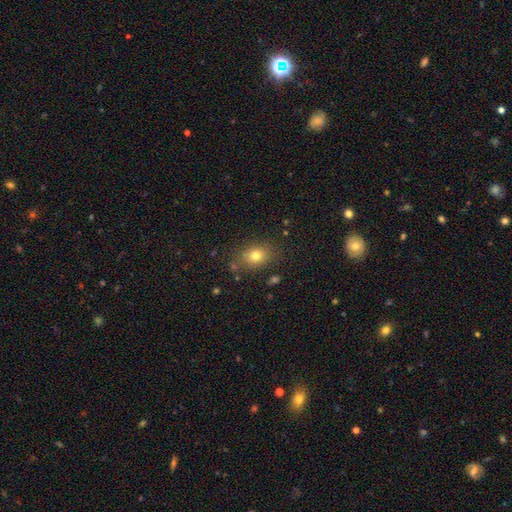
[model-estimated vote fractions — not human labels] A smooth galaxy with no disk features (77%) that is in between round and cigar-shaped (57%).

Vote fractions:
- Smooth or featured? smooth: 77% / star or artifact: 13% / featured or disk: 11%
- How rounded? in between: 57% / round: 41% / cigar-shaped: 1%
- Merging? none: 80% / minor disturbance: 13% / major disturbance: 4% / merger: 3%